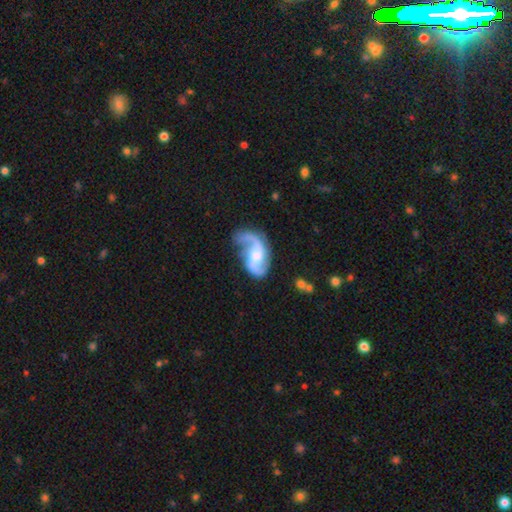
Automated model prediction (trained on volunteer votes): smooth_or_featured: featured or disk (p=0.89) [alt: smooth p=0.07]
disk_edge_on: no (p=0.98) [alt: yes p=0.02]
bar: weak (p=0.45) [alt: no p=0.40]
has_spiral_arms: yes (p=0.97) [alt: no p=0.03]
spiral_winding: loose (p=0.55) [alt: medium p=0.37]
spiral_arm_count: 2 (p=0.90) [alt: 1 p=0.04]
bulge_size: moderate (p=0.42) [alt: small p=0.30]
merging: none (p=0.62) [alt: minor disturbance p=0.20]